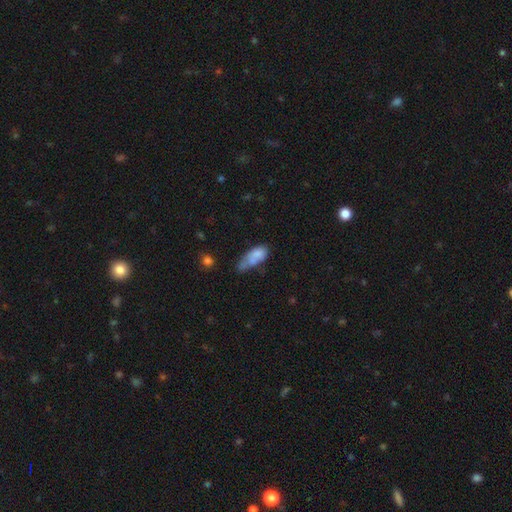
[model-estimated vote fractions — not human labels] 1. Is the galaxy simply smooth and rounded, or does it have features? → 72% smooth, 19% featured or disk, 9% star or artifact.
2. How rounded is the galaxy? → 79% in between, 17% cigar-shaped, 5% round.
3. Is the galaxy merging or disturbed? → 29% minor disturbance, 27% merger, 26% none, 18% major disturbance.